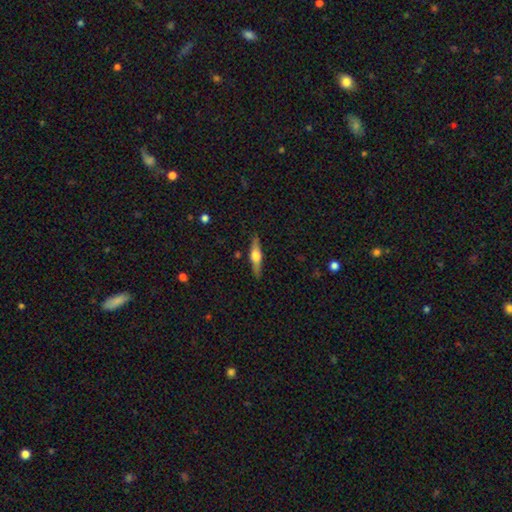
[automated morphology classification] A featured or disk galaxy (59%) viewed edge-on (96%) with a rounded central bulge (93%). Merging: none (89%).